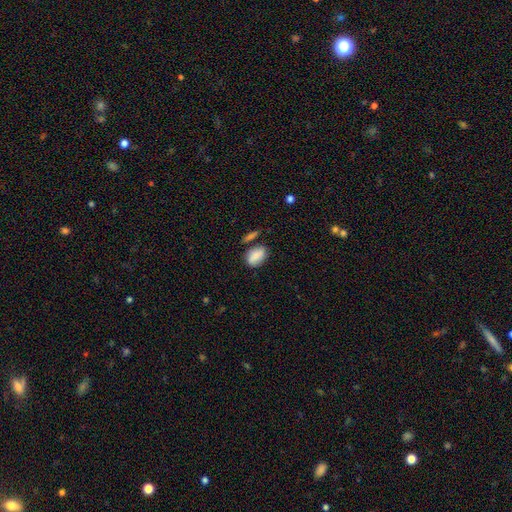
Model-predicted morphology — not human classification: This appears to be a smooth galaxy with no disk features (81%) that is in between round and cigar-shaped (85%). Merging: none (63%).